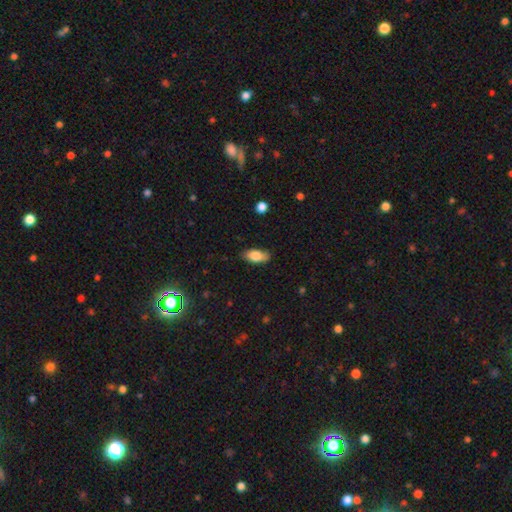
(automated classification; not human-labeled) This appears to be a smooth galaxy with no disk features (81%) that is in between round and cigar-shaped (89%). Merging: none (81%).